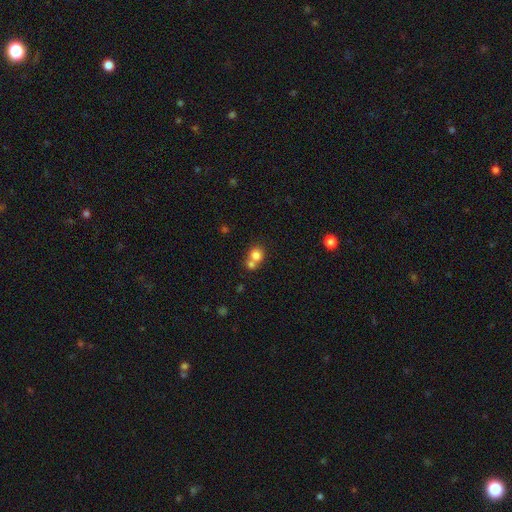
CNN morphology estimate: A smooth galaxy with no disk features (78%) that is round (82%). Merging: merger (50%).